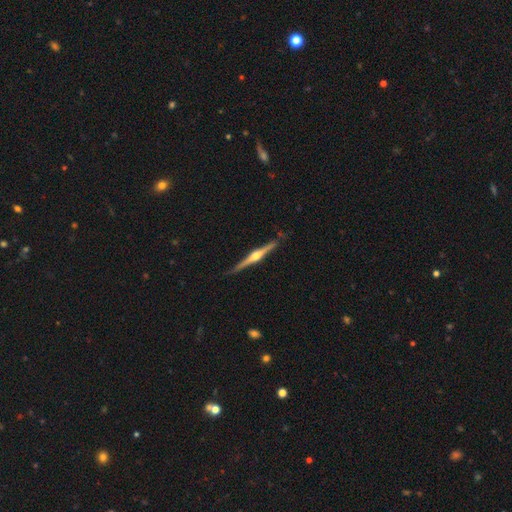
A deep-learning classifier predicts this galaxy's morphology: A featured or disk galaxy (83%) viewed edge-on (98%) with a rounded central bulge (94%).

Vote fractions:
- Smooth or featured? featured or disk: 83% / smooth: 12% / star or artifact: 5%
- Edge-on disk? yes: 98% / no: 2%
- Edge-on bulge? rounded: 94% / boxy: 3% / none: 2%
- Merging? none: 84% / minor disturbance: 12% / major disturbance: 2% / merger: 2%